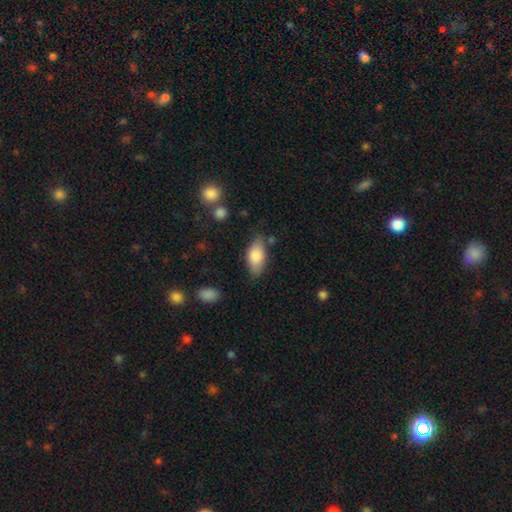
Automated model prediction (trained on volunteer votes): smooth_or_featured: smooth (p=0.83) [alt: featured or disk p=0.11]
how_rounded: in between (p=0.89) [alt: cigar-shaped p=0.08]
merging: none (p=0.73) [alt: minor disturbance p=0.20]